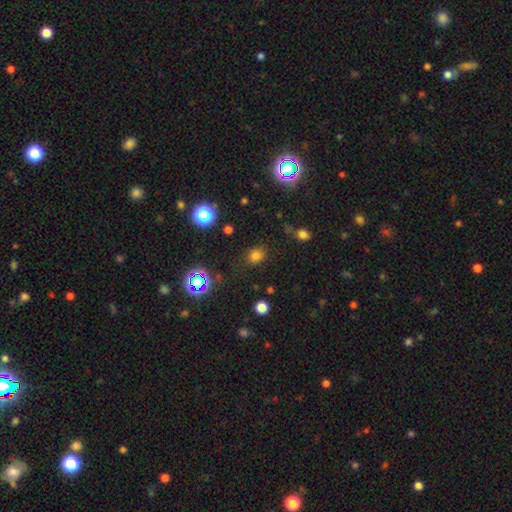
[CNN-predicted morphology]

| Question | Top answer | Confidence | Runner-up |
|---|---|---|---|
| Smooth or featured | smooth | 72% | star or artifact (22%) |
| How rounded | round | 71% | in between (28%) |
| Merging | none | 82% | minor disturbance (12%) |